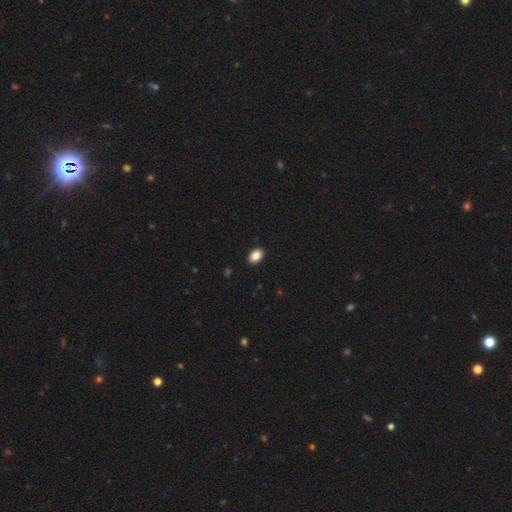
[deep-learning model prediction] Smooth or featured? smooth (87%)
How rounded? in between (85%)
Merging? none (91%)